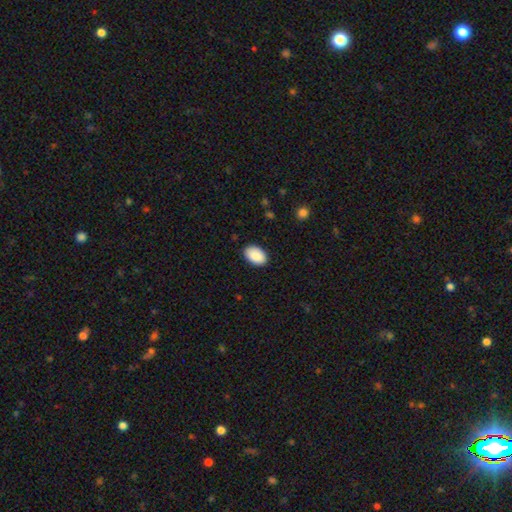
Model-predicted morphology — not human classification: A smooth galaxy with no disk features (90%) that is in between round and cigar-shaped (91%).

Vote fractions:
- Smooth or featured? smooth: 90% / star or artifact: 6% / featured or disk: 4%
- How rounded? in between: 91% / round: 7% / cigar-shaped: 1%
- Merging? none: 88% / minor disturbance: 9% / major disturbance: 2% / merger: 1%